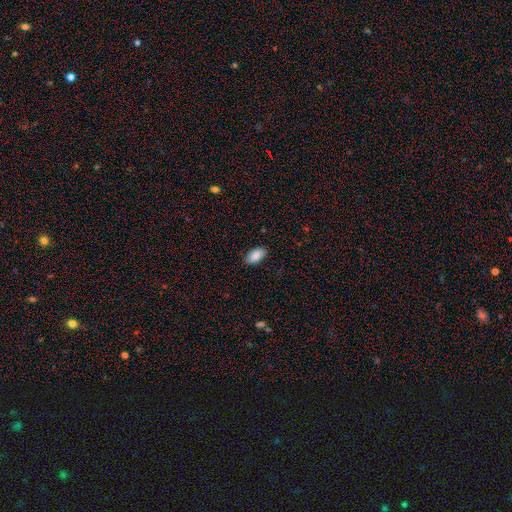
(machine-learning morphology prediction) Overall: smooth (89%). How rounded: in between (94%). Merging: none (86%).